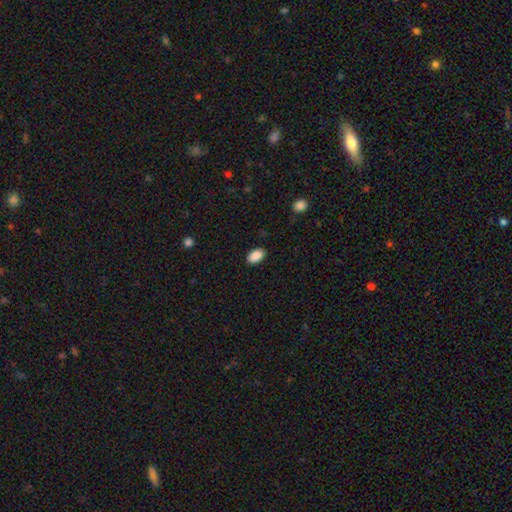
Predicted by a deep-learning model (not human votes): Overall: smooth (90%). How rounded: in between (93%). Merging: none (87%).